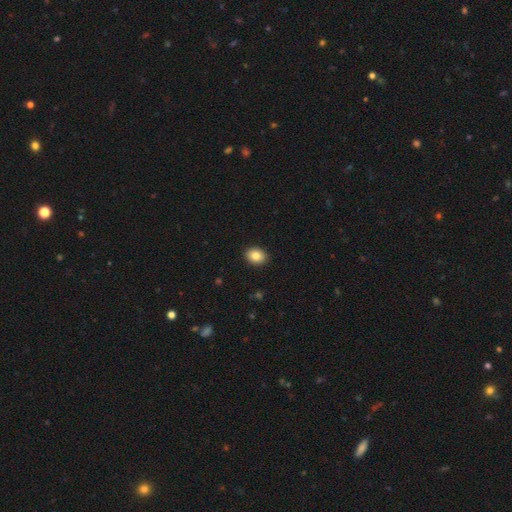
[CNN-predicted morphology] Smooth or featured? Predicted: smooth (p=0.85). How rounded? Predicted: in between (p=0.63). Merging? Predicted: none (p=0.91).